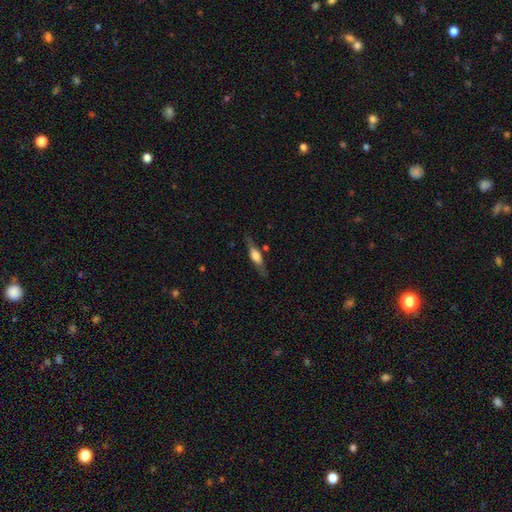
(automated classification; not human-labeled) A featured or disk galaxy (54%) viewed edge-on (90%).

Vote fractions:
- Smooth or featured? featured or disk: 54% / smooth: 40% / star or artifact: 7%
- Edge-on disk? yes: 90% / no: 10%
- Merging? none: 79% / minor disturbance: 14% / major disturbance: 4% / merger: 3%